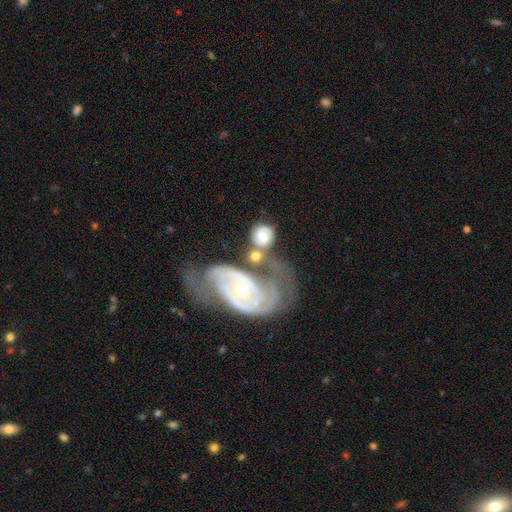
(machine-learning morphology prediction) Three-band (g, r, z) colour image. It shows a featured or disk galaxy (59%) with no bar (62%), spiral arms (81%) and a moderate central bulge (61%). Merging: merger (37%).